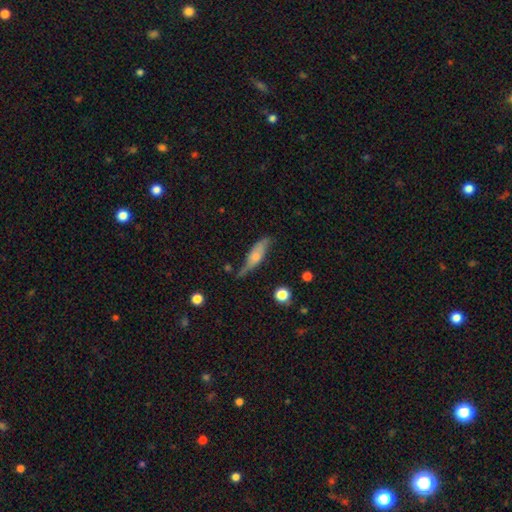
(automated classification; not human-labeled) Overall: smooth (51%; featured or disk 42%). How rounded: cigar-shaped (52%; in between 45%). Merging: none (50%; minor disturbance 34%).